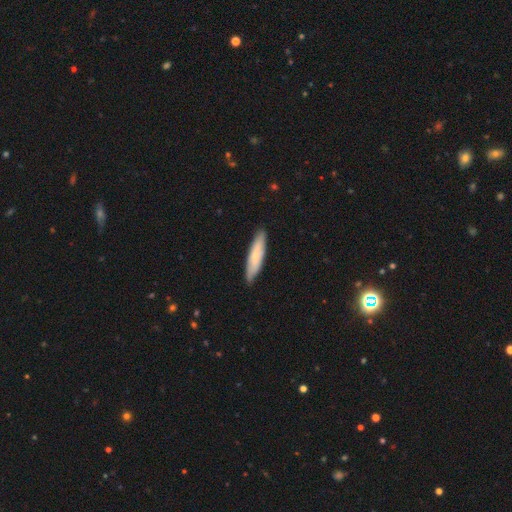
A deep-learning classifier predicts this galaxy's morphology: Smooth or featured? Predicted: smooth (p=0.67). How rounded? Predicted: cigar-shaped (p=0.80). Merging? Predicted: none (p=0.87).